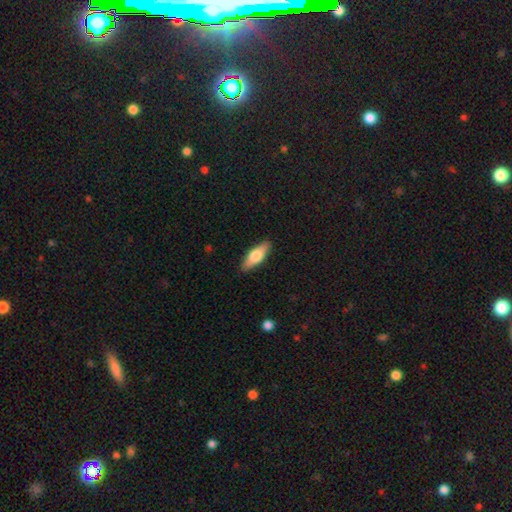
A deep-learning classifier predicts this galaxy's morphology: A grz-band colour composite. It shows a smooth galaxy with no disk features (64%) that is in between round and cigar-shaped (61%). Merging: none (89%).